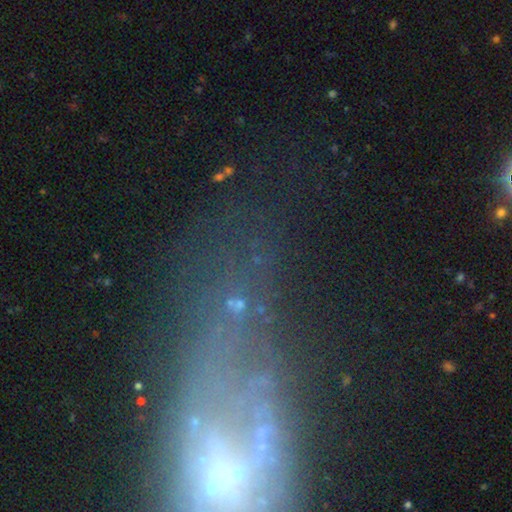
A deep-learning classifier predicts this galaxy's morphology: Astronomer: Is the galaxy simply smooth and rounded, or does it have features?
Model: star or artifact — 41% (runner-up: featured or disk, 37%).